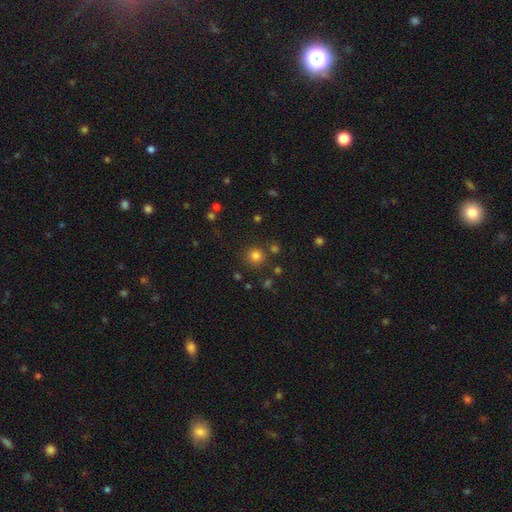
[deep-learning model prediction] smooth 79%, star or artifact 16%, featured or disk 5%. Down the decision tree: how rounded — round (94%); merging — none (84%).